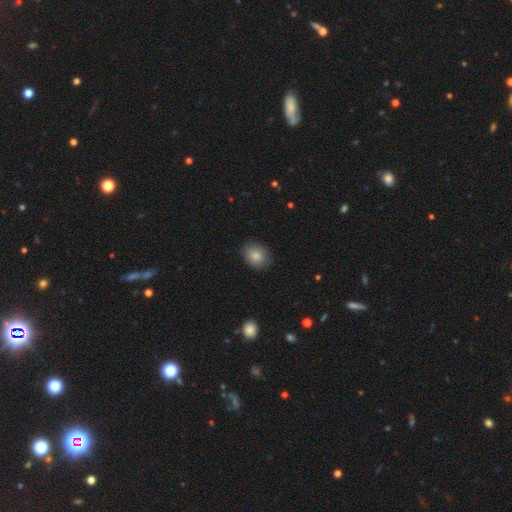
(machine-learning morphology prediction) This appears to be a smooth galaxy with no disk features (86%) that is round (54%). Merging: none (83%).